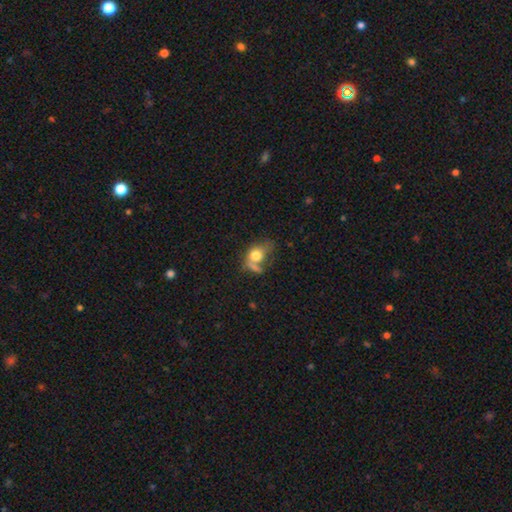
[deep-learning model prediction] Smooth or featured? smooth (70%)
How rounded? in between (57%)
Merging? none (30%)